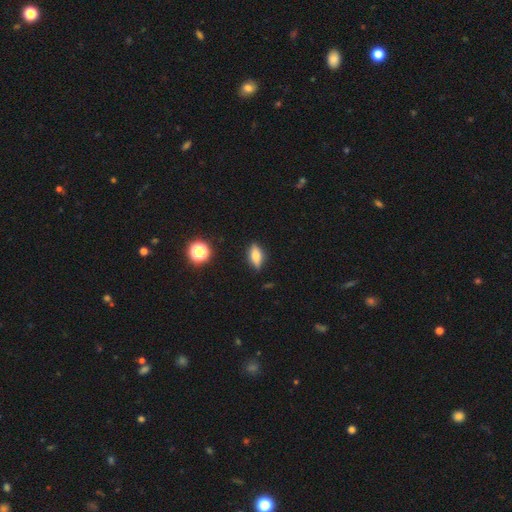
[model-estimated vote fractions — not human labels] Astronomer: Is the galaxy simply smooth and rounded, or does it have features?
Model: smooth — 62%.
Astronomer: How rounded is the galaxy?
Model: in between — 72%.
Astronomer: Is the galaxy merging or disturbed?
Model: none — 84%.